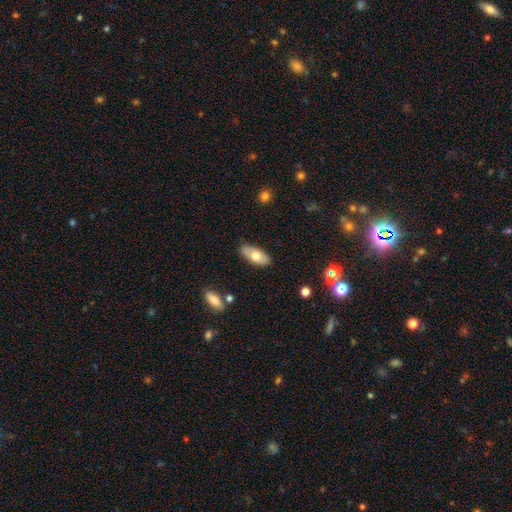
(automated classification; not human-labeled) Q: Smooth or featured?
A: smooth (68%); runner-up: featured or disk (26%)
Q: How rounded?
A: in between (88%); runner-up: cigar-shaped (9%)
Q: Merging?
A: none (85%); runner-up: minor disturbance (11%)